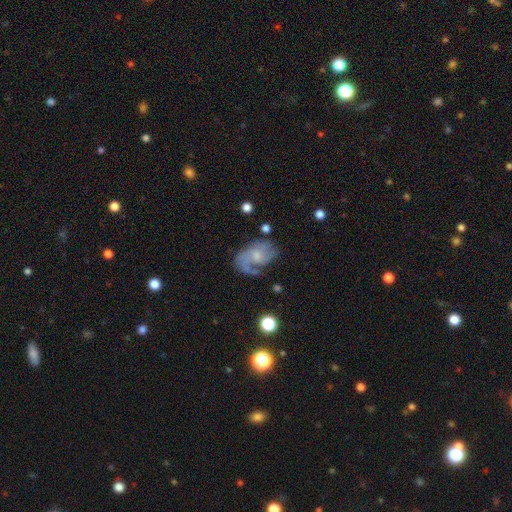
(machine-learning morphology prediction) Q: Smooth or featured?
A: featured or disk (68%); runner-up: smooth (23%)
Q: Edge-on disk?
A: no (97%); runner-up: yes (3%)
Q: Bar?
A: no (64%); runner-up: weak (32%)
Q: Spiral arms?
A: yes (86%); runner-up: no (14%)
Q: Spiral winding?
A: medium (43%); runner-up: loose (32%)
Q: Spiral arm count?
A: 2 (43%); runner-up: 1 (29%)
Q: Bulge size?
A: small (55%); runner-up: moderate (27%)
Q: Merging?
A: none (48%); runner-up: minor disturbance (24%)